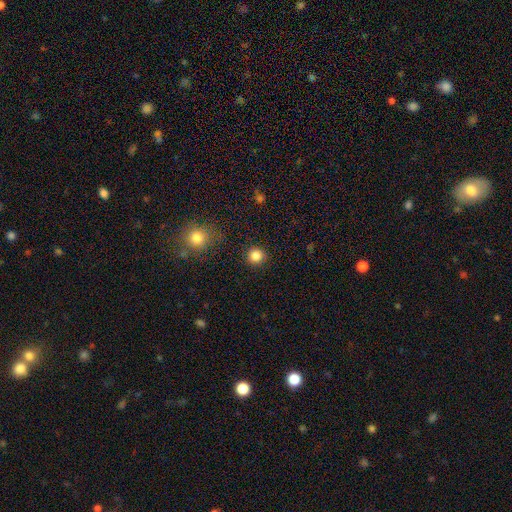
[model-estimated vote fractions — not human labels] Smooth or featured? Predicted: smooth (p=0.84). How rounded? Predicted: round (p=0.94). Merging? Predicted: none (p=0.91).